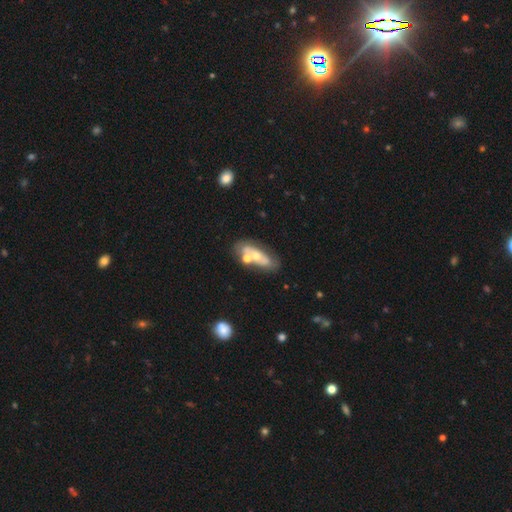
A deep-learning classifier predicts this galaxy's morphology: The model was most divided on "smooth or featured": featured or disk: 53%, smooth: 39%, star or artifact: 8%. More confident: edge-on disk — no (83%); merging — none (52%).